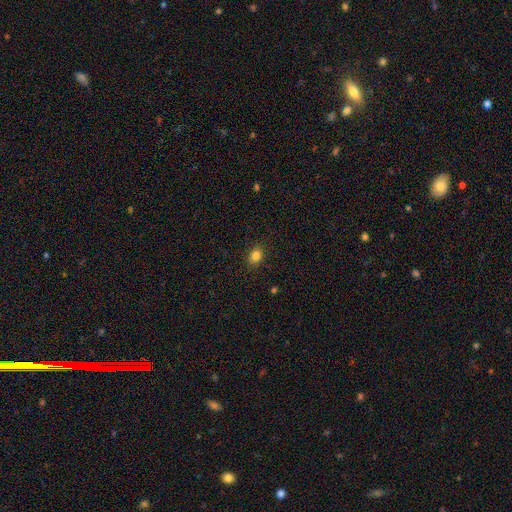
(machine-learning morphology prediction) Smooth or featured? smooth (84%)
How rounded? in between (57%)
Merging? none (88%)